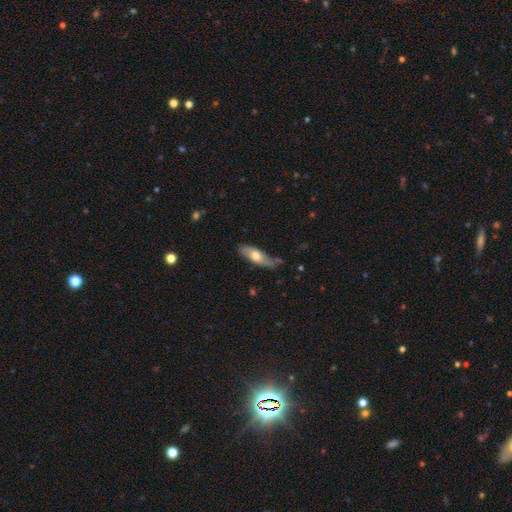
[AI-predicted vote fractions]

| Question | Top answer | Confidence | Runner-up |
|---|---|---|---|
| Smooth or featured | smooth | 61% | featured or disk (33%) |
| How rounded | in between | 57% | cigar-shaped (40%) |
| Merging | none | 63% | minor disturbance (27%) |